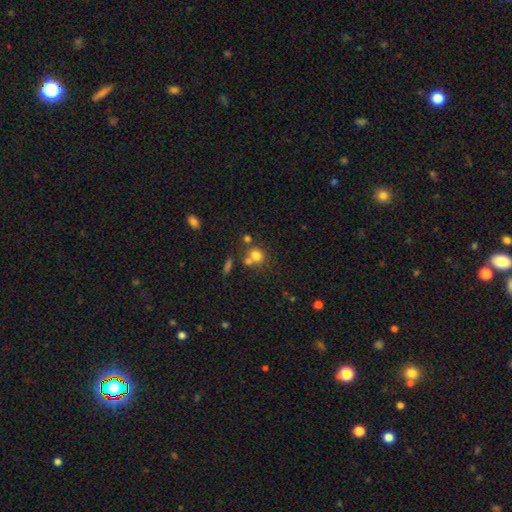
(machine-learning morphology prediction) A smooth galaxy with no disk features (75%) that is round (79%). Merging: none (53%).